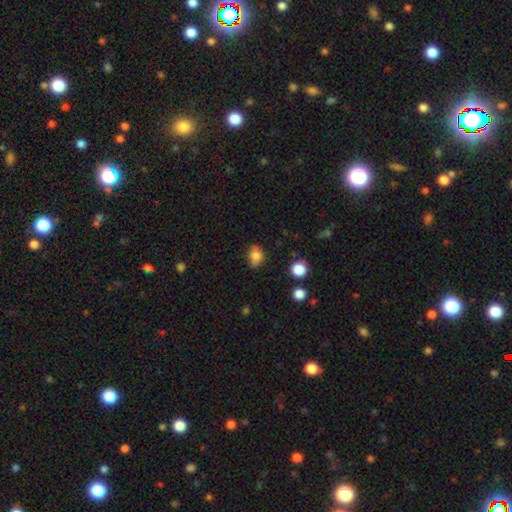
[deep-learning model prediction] A smooth galaxy with no disk features (77%) that is in between round and cigar-shaped (60%).

Vote fractions:
- Smooth or featured? smooth: 77% / star or artifact: 11% / featured or disk: 11%
- How rounded? in between: 60% / round: 39% / cigar-shaped: 2%
- Merging? none: 60% / minor disturbance: 29% / major disturbance: 8% / merger: 4%